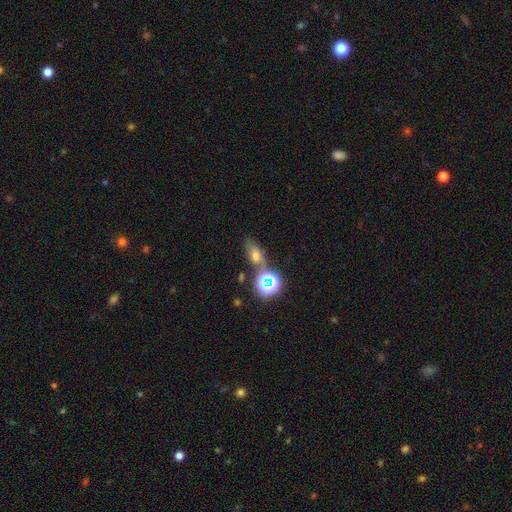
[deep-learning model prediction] Morphology: type=smooth (54%); roundness=in between (67%); merging=none (60%).